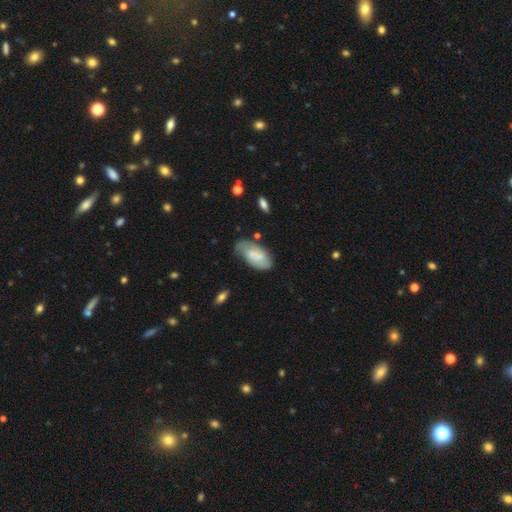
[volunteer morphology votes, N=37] Smooth or featured? 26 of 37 (70%) said smooth. How rounded? 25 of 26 (96%) said in between. Merging? 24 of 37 (65%) said none.